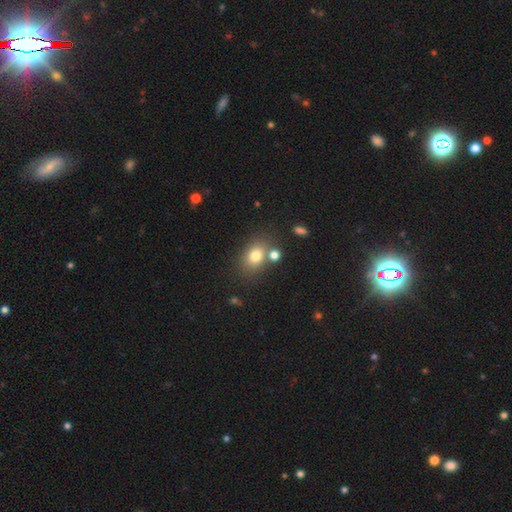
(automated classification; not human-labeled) Overall: smooth (77%). How rounded: in between (66%; round 33%). Merging: none (65%).